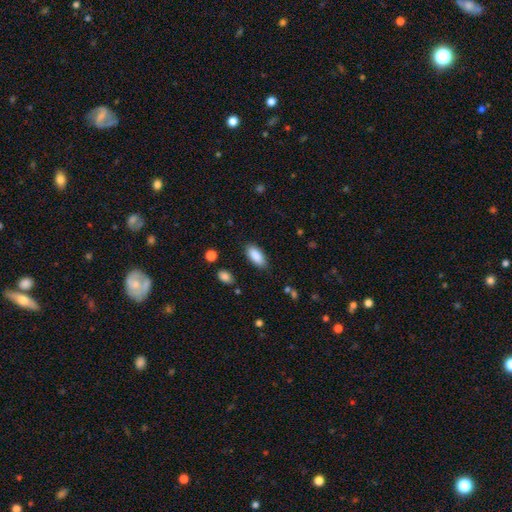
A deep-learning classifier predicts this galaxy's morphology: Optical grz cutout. It shows a smooth galaxy with no disk features (88%) that is in between round and cigar-shaped (88%). Merging: none (85%).